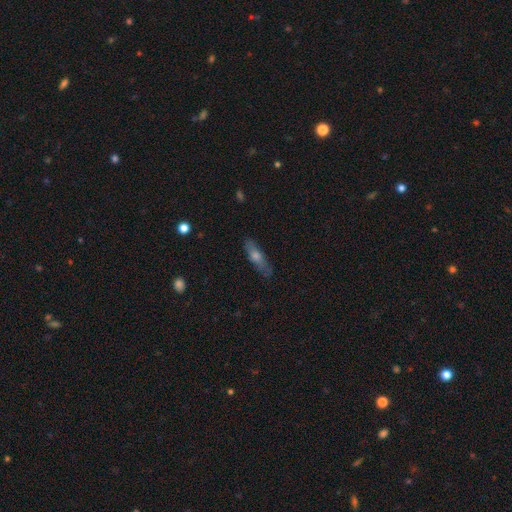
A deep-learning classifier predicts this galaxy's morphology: This is possibly a smooth galaxy (51%). How rounded: likely cigar-shaped (67%). Merging: clearly none (81%).